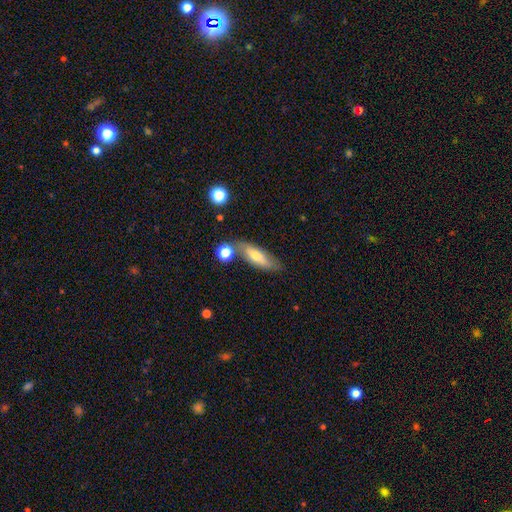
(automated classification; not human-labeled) A smooth galaxy with no disk features (59%) that is in between round and cigar-shaped (54%). Merging: none (67%).